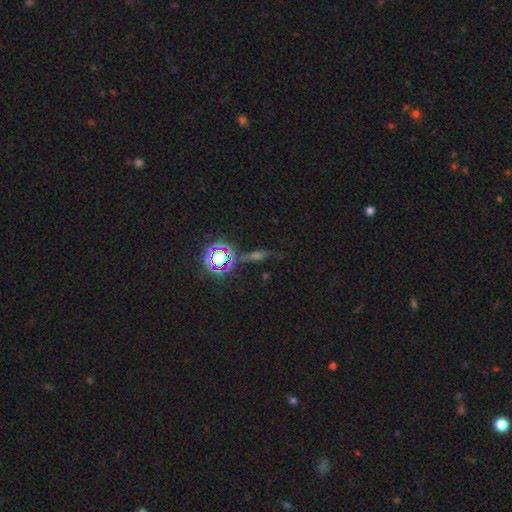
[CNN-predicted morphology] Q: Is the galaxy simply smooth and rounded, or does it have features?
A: star or artifact — 52%.